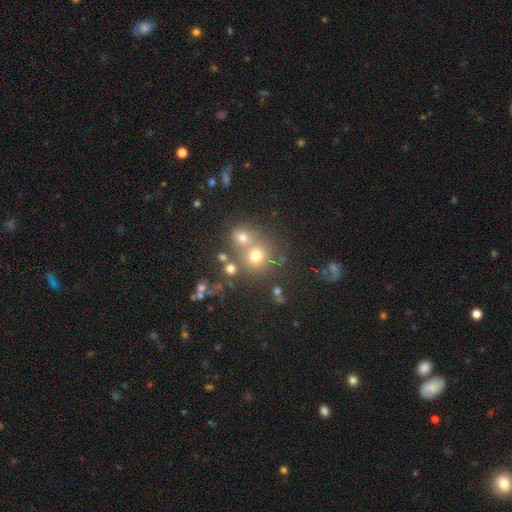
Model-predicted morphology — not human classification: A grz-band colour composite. It shows a smooth galaxy with no disk features (68%) that is round (85%). Merging: none (52%).